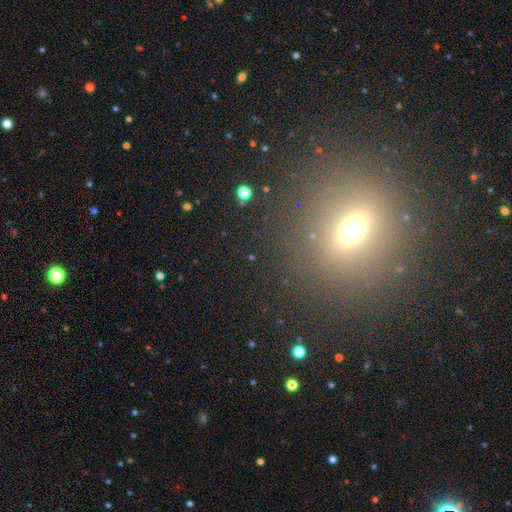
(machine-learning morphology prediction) Smooth or featured: smooth — 40% (star or artifact — 38%)
Merging: none — 86% (minor disturbance — 7%)